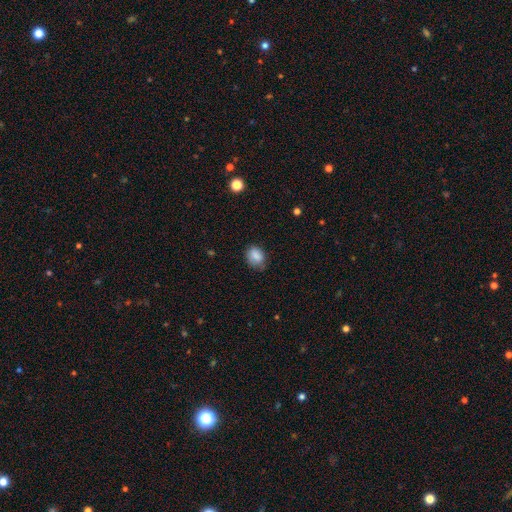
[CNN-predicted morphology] Smooth or featured? smooth (85%)
How rounded? in between (56%)
Merging? none (65%)